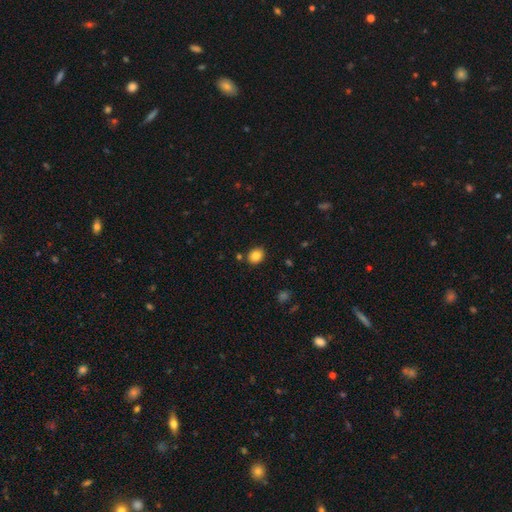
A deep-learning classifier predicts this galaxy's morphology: Smooth or featured? smooth (84%)
How rounded? round (54%)
Merging? none (84%)